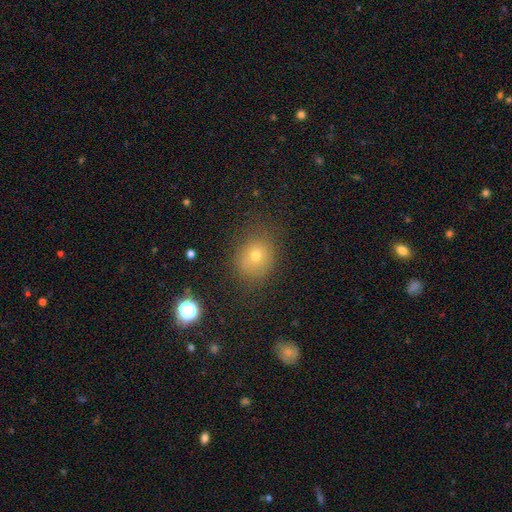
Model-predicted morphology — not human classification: Smooth or featured?
  - smooth: 69% *
  - star or artifact: 18%
  - featured or disk: 13%
How rounded?
  - round: 69% *
  - in between: 30%
  - cigar-shaped: 1%
Merging?
  - none: 77% *
  - minor disturbance: 14%
  - major disturbance: 6%
  - merger: 2%